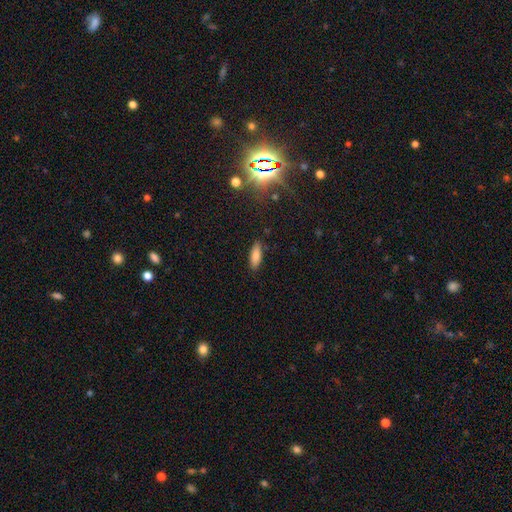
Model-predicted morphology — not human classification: This appears to be a smooth galaxy with no disk features (81%) that is in between round and cigar-shaped (65%). Merging: none (86%).